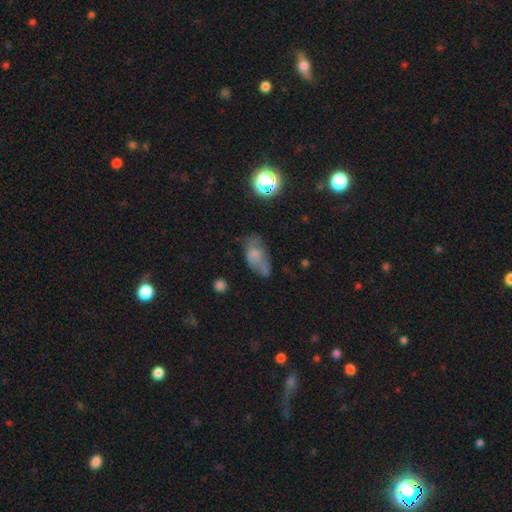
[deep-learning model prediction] Smooth or featured?
  - smooth: 58% *
  - featured or disk: 27%
  - star or artifact: 15%
How rounded?
  - in between: 88% *
  - round: 8%
  - cigar-shaped: 4%
Merging?
  - none: 44% *
  - minor disturbance: 33%
  - major disturbance: 18%
  - merger: 6%